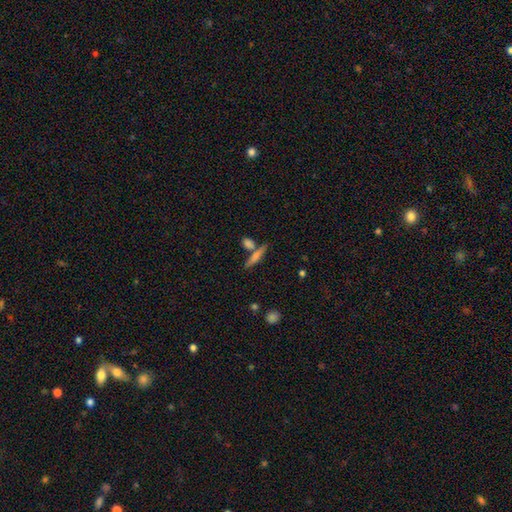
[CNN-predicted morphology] smooth 54%, featured or disk 37%, star or artifact 8%. Down the decision tree: how rounded — cigar-shaped (78%); merging — none (67%).